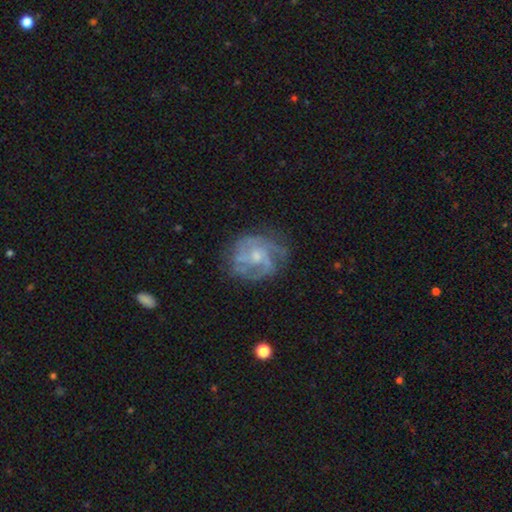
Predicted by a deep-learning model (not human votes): smooth-or-featured: featured or disk: 80% | smooth: 12% | star or artifact: 7%
  disk-edge-on: no: 98% | yes: 2%
    bar: no: 65% | weak: 30% | strong: 5%
    has-spiral-arms: yes: 88% | no: 12%
      spiral-winding: tight: 43% | medium: 42% | loose: 15%
      spiral-arm-count: can't tell: 29% | 3: 28% | 2: 24% | 4: 9% | 1: 5% | more than 4: 5%
    bulge-size: small: 56% | moderate: 35% | none: 6% | large: 2% | dominant: 1%
  merging: none: 66% | minor disturbance: 20% | major disturbance: 12% | merger: 2%